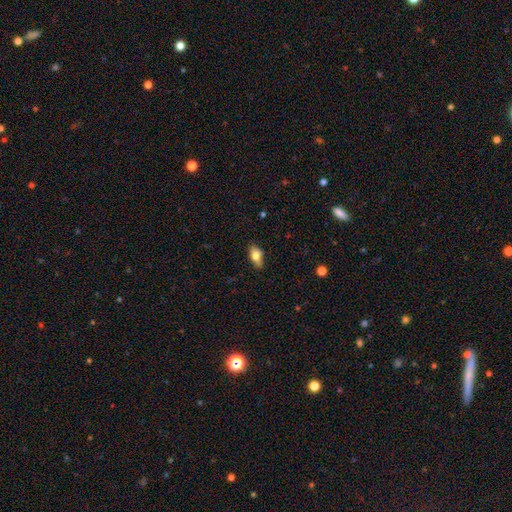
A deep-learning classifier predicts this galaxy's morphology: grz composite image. It shows a smooth galaxy with no disk features (73%) that is in between round and cigar-shaped (86%). Merging: none (71%).